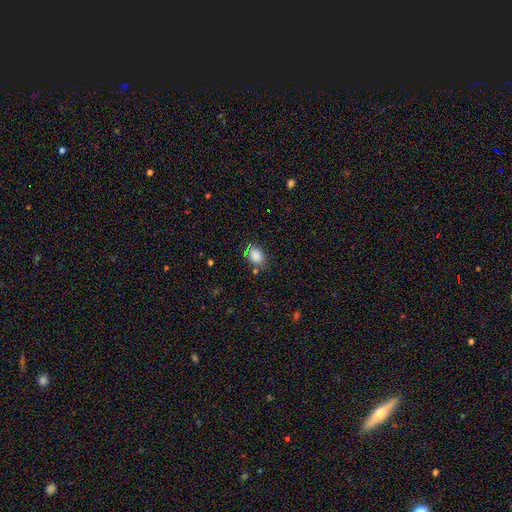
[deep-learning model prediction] A smooth galaxy with no disk features (84%) that is in between round and cigar-shaped (68%).

Vote fractions:
- Smooth or featured? smooth: 84% / star or artifact: 12% / featured or disk: 5%
- How rounded? in between: 68% / round: 31% / cigar-shaped: 1%
- Merging? none: 74% / minor disturbance: 16% / merger: 5% / major disturbance: 5%